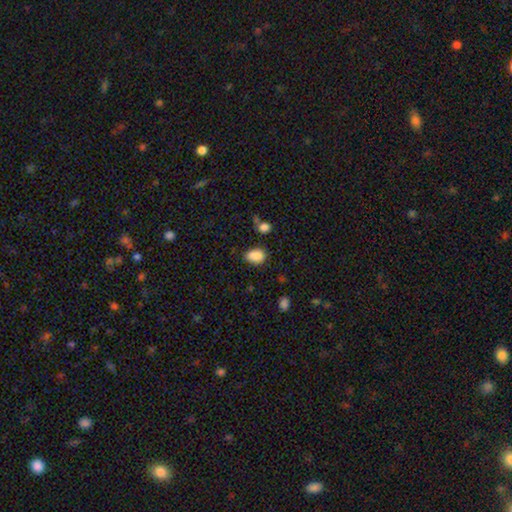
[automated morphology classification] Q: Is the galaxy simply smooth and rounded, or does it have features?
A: smooth — 87%.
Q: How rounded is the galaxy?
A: in between — 80%.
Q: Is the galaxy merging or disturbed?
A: none — 69%.